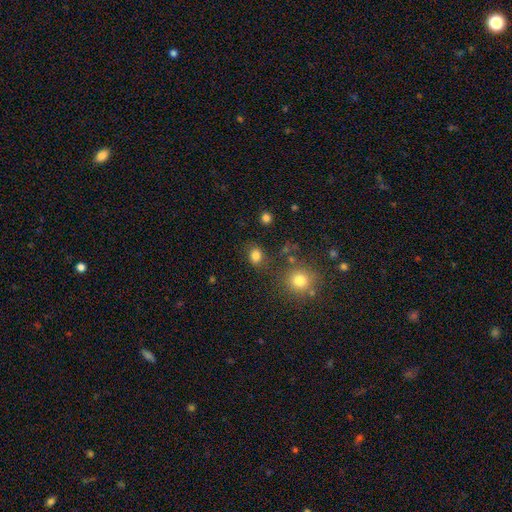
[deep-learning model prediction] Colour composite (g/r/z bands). It shows a smooth galaxy with no disk features (81%) that is round (52%). Merging: none (78%).